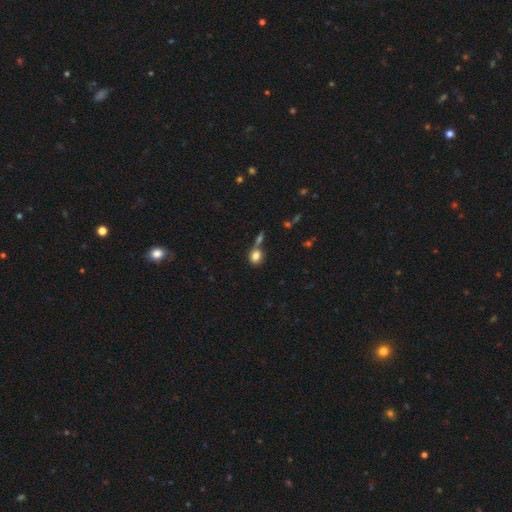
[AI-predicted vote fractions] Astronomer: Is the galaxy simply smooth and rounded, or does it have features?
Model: smooth — 81%.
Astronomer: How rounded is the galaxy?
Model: round — 62%.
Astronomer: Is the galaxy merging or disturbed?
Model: none — 47% (runner-up: merger, 34%).